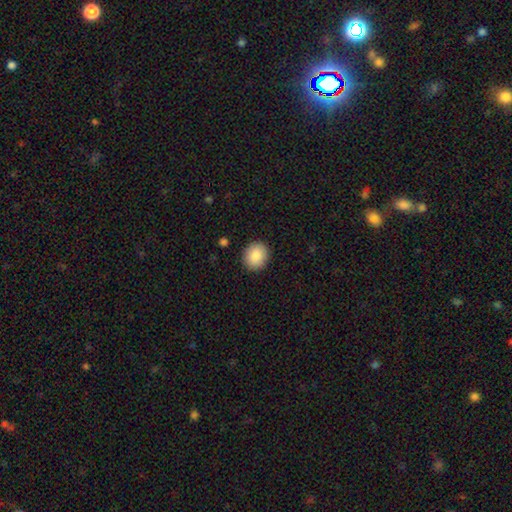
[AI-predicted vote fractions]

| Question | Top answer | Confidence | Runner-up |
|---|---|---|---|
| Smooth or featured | smooth | 88% | star or artifact (7%) |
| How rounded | round | 76% | in between (23%) |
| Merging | none | 91% | minor disturbance (6%) |